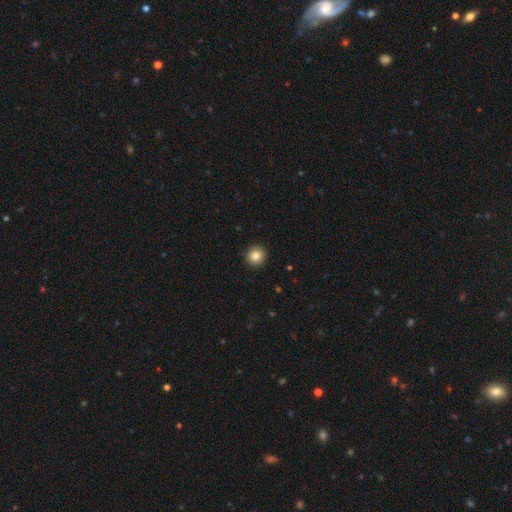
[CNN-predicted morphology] Q: Smooth or featured?
A: smooth (85%); runner-up: star or artifact (10%)
Q: How rounded?
A: round (93%); runner-up: in between (6%)
Q: Merging?
A: none (93%); runner-up: minor disturbance (5%)